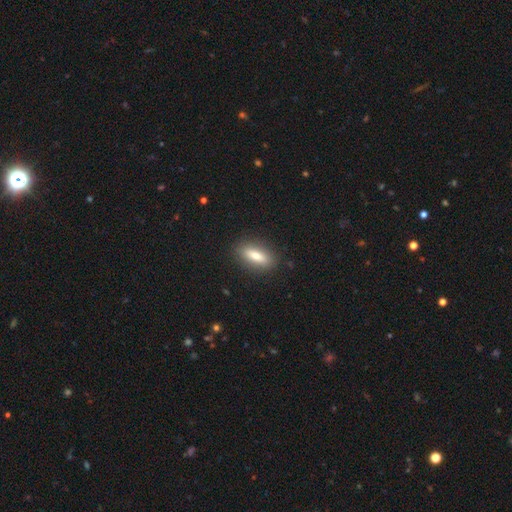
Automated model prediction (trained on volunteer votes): A smooth galaxy with no disk features (73%) that is in between round and cigar-shaped (64%). Merging: none (88%).